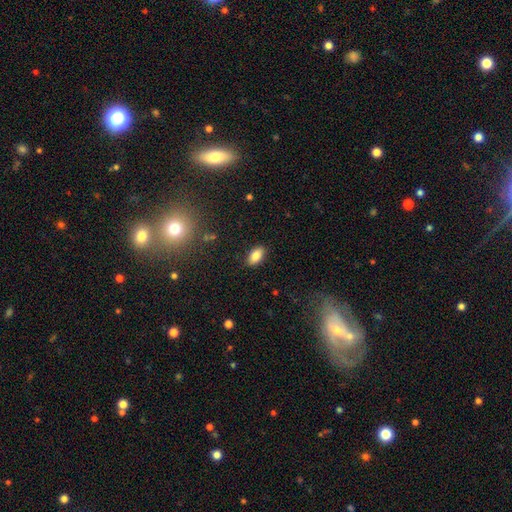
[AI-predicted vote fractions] This appears to be a smooth galaxy with no disk features (83%) that is in between round and cigar-shaped (92%). Merging: none (88%).